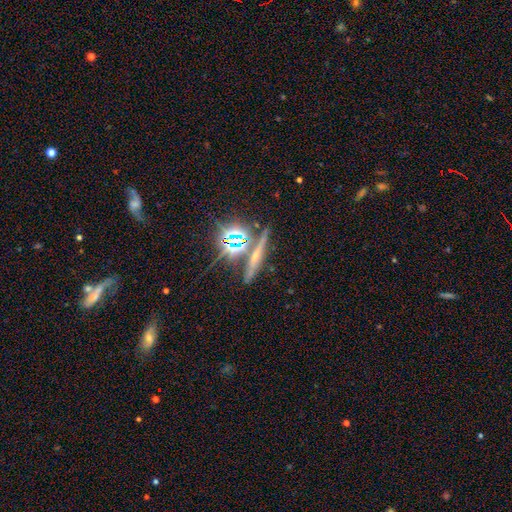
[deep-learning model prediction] Smooth or featured? star or artifact (44%)